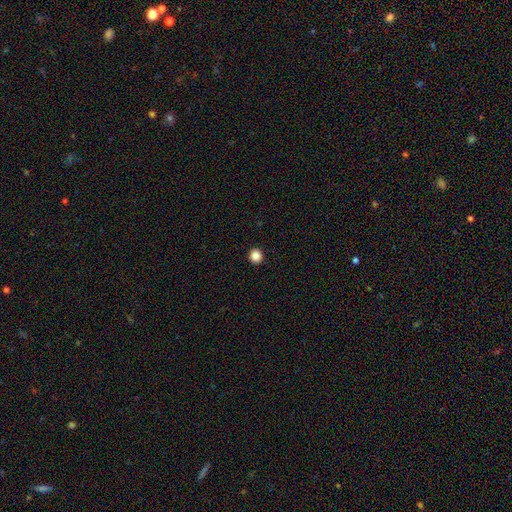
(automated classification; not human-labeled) This is clearly a smooth galaxy (87%). How rounded: clearly round (92%). Merging: clearly none (94%).